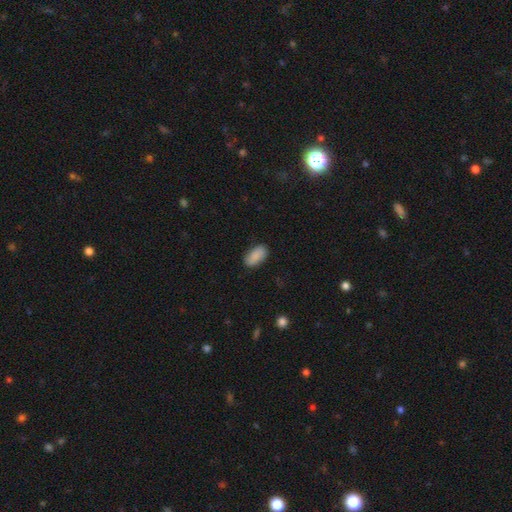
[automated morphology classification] Smooth or featured? Predicted: smooth (p=0.90). How rounded? Predicted: in between (p=0.94). Merging? Predicted: none (p=0.86).